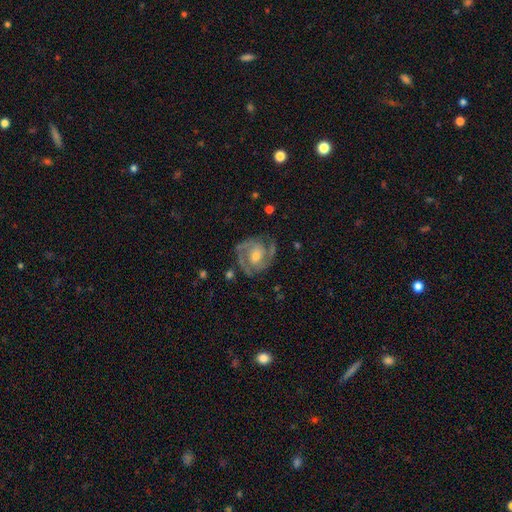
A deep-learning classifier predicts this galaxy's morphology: type=featured or disk (88%); edge-on=no (98%); bar=no (58%); spiral arms=yes (97%); winding=tight (48%); arm count=2 (79%); bulge=moderate (51%); merging=none (76%).